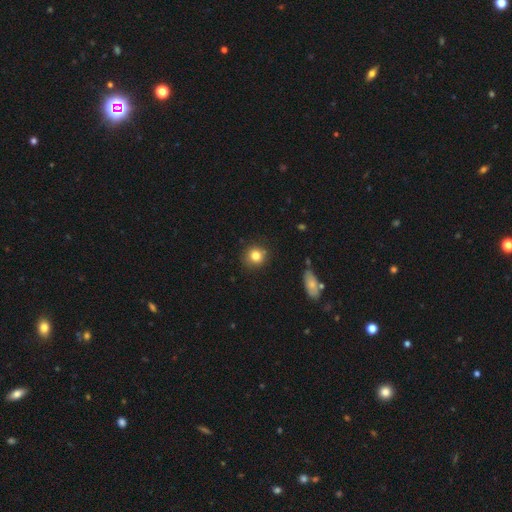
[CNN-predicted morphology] The model was most divided on "smooth or featured": smooth: 82%, star or artifact: 11%, featured or disk: 7%. More confident: how rounded — round (87%); merging — none (85%).